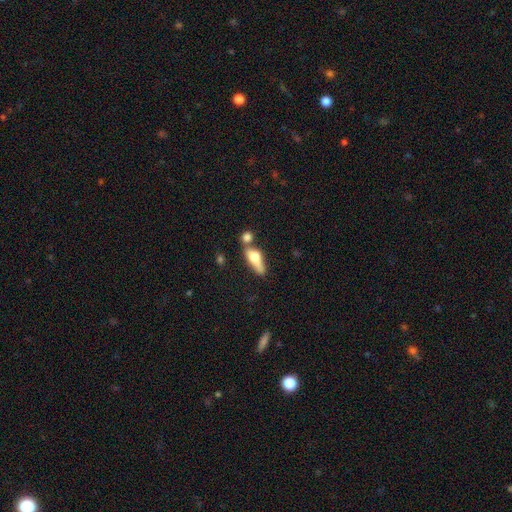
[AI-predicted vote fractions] smooth-or-featured: smooth: 61% | featured or disk: 32% | star or artifact: 8%
  how-rounded: in between: 54% | cigar-shaped: 40% | round: 6%
  merging: none: 38% | merger: 33% | minor disturbance: 18% | major disturbance: 10%